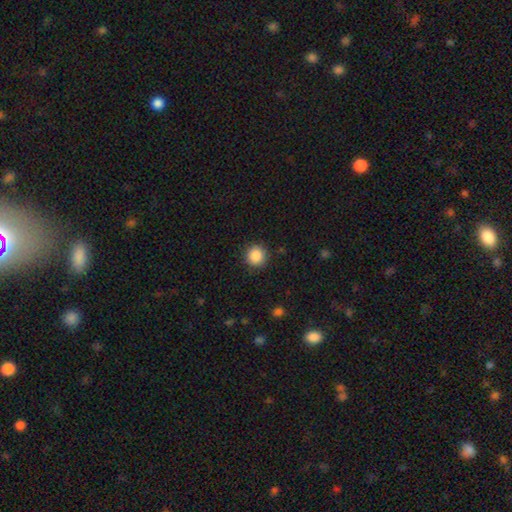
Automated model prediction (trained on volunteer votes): The model was most divided on "smooth or featured": smooth: 88%, star or artifact: 9%, featured or disk: 3%. More confident: how rounded — round (94%); merging — none (90%).